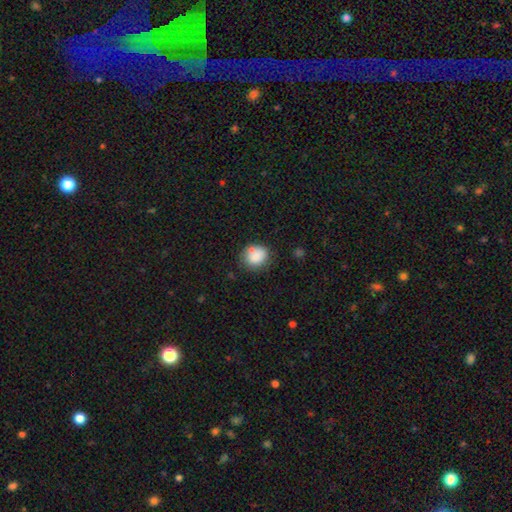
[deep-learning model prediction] Smooth or featured? Predicted: smooth (p=0.82). How rounded? Predicted: round (p=0.66). Merging? Predicted: none (p=0.62).